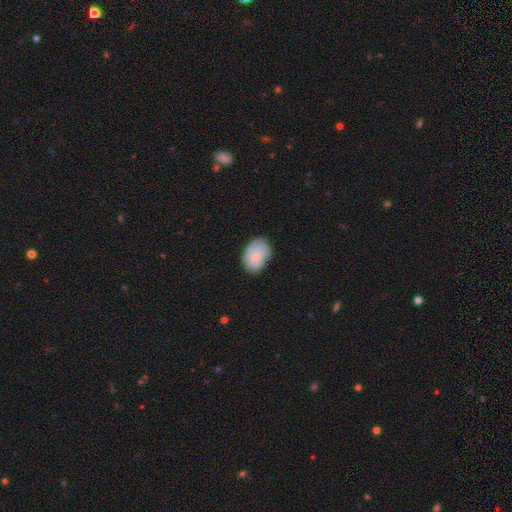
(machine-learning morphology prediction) Q: Smooth or featured?
A: featured or disk (46%); runner-up: smooth (45%)
Q: Merging?
A: none (68%); runner-up: minor disturbance (24%)